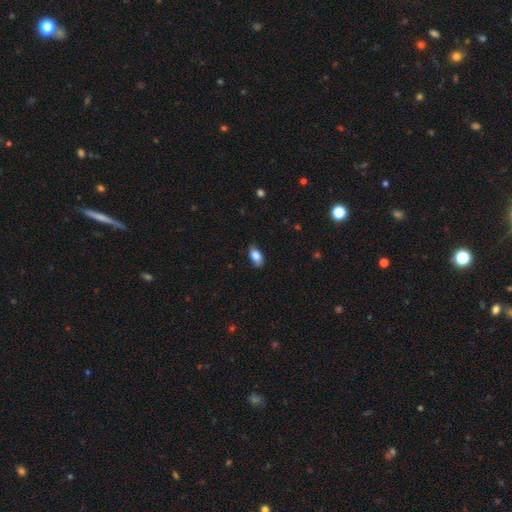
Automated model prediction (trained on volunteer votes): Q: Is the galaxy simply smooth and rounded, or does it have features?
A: smooth — 84%.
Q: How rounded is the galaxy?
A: in between — 91%.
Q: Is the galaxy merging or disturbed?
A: none — 81%.